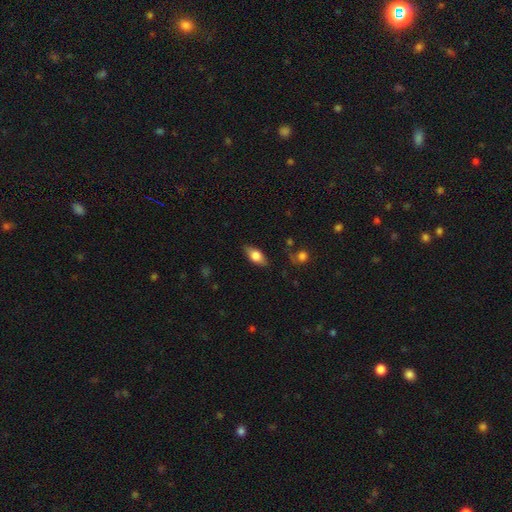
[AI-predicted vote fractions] smooth 67%, featured or disk 27%, star or artifact 7%. Down the decision tree: how rounded — in between (82%); merging — none (82%).